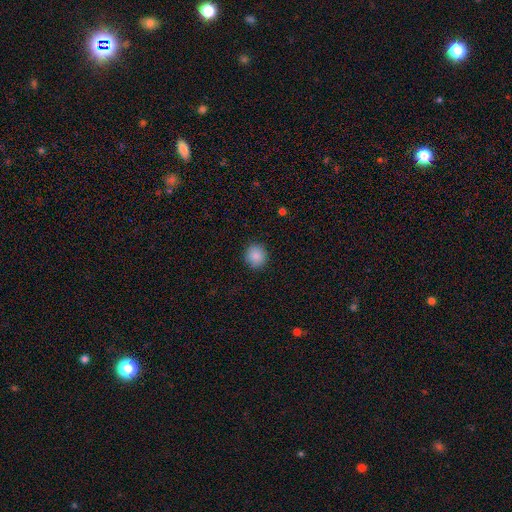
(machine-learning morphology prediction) Q: Smooth or featured?
A: smooth (88%); runner-up: star or artifact (8%)
Q: How rounded?
A: round (85%); runner-up: in between (14%)
Q: Merging?
A: none (90%); runner-up: minor disturbance (7%)